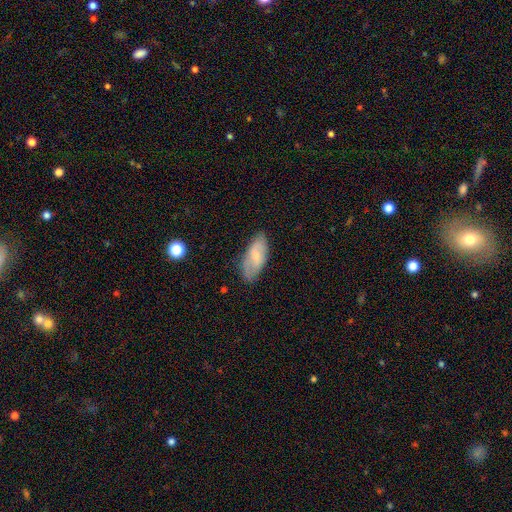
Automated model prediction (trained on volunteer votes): Overall: smooth (65%; featured or disk 28%). How rounded: in between (87%). Merging: none (75%).